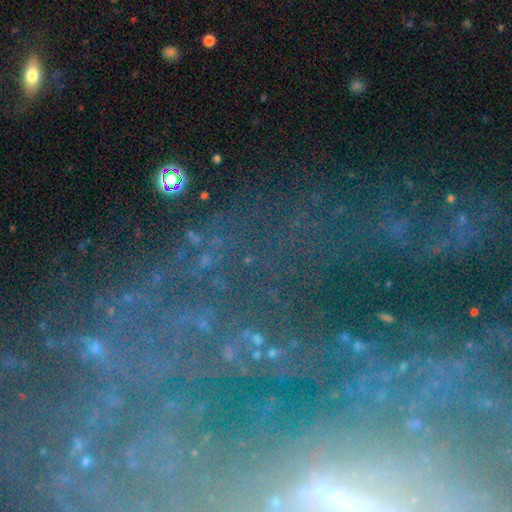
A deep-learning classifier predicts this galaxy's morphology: star or artifact 49%, featured or disk 36%, smooth 15%.